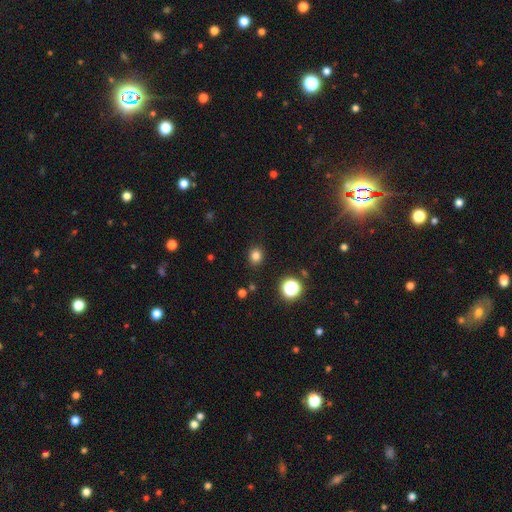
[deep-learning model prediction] This appears to be a smooth galaxy with no disk features (81%) that is round (75%). Merging: none (89%).